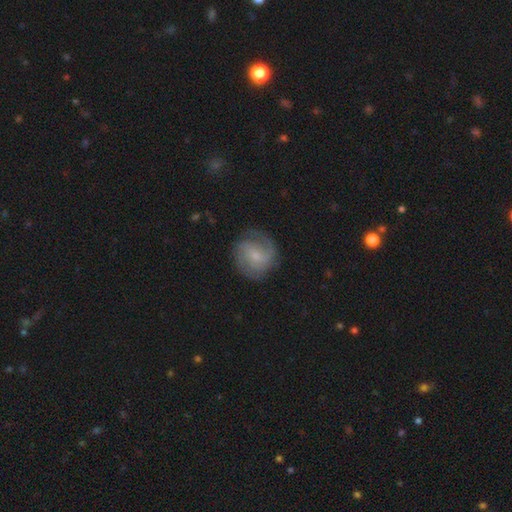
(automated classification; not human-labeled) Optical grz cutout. It shows a featured or disk galaxy (73%) with no bar (55%), 2 (39%) tight (43%, tied with medium) spiral arms (94%) and a small central bulge (68%). Merging: none (77%).